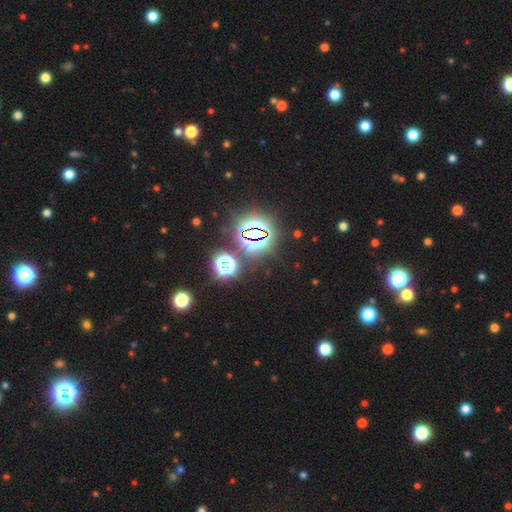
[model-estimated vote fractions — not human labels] This is clearly a star or artifact rather than a galaxy (81%).